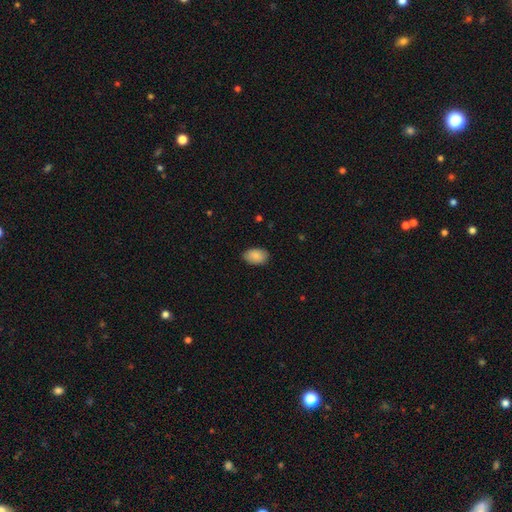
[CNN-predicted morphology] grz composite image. It shows a smooth galaxy with no disk features (89%) that is in between round and cigar-shaped (91%). Merging: none (87%).